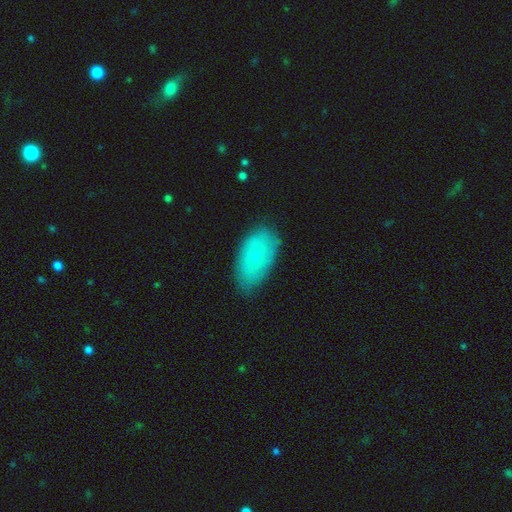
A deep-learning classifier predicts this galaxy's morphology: Smooth or featured? smooth (63%)
How rounded? in between (93%)
Merging? none (75%)